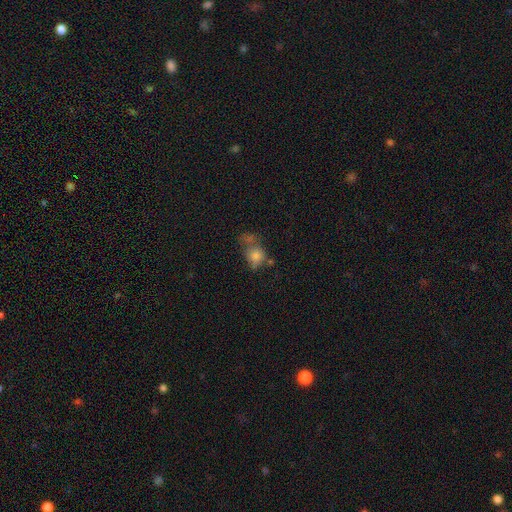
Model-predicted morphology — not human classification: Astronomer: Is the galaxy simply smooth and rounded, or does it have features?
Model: smooth — 74%.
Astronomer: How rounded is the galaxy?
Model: round — 58% (runner-up: in between, 40%).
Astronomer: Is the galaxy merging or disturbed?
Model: merger — 33% (runner-up: none, 31%).